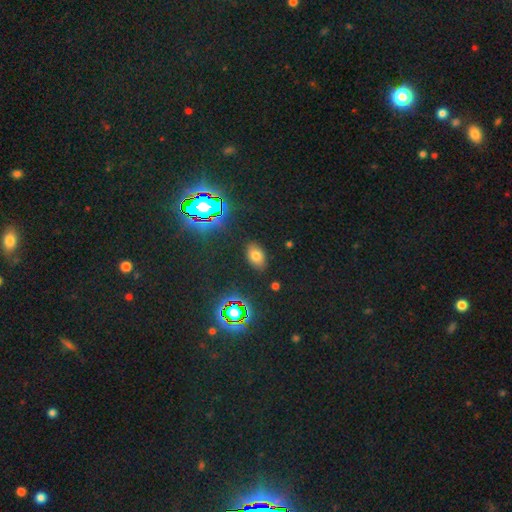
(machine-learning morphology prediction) Smooth or featured? Predicted: smooth (p=0.65). How rounded? Predicted: in between (p=0.88). Merging? Predicted: none (p=0.87).